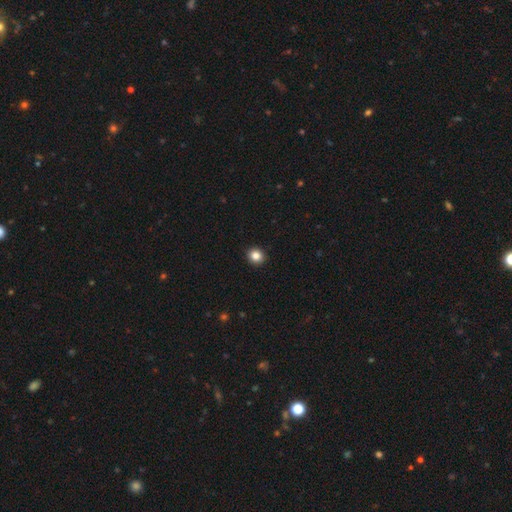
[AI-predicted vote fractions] This appears to be a smooth galaxy with no disk features (85%) that is round (84%). Merging: none (93%).